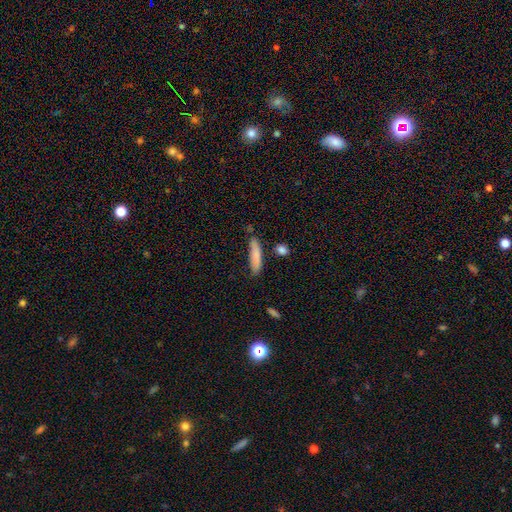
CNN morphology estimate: Overall: smooth (82%). How rounded: cigar-shaped (82%). Merging: none (74%).